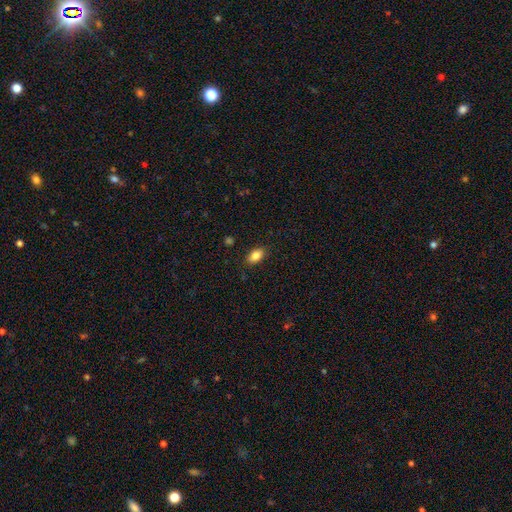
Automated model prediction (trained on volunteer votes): Overall: smooth (84%). How rounded: in between (87%). Merging: none (86%).